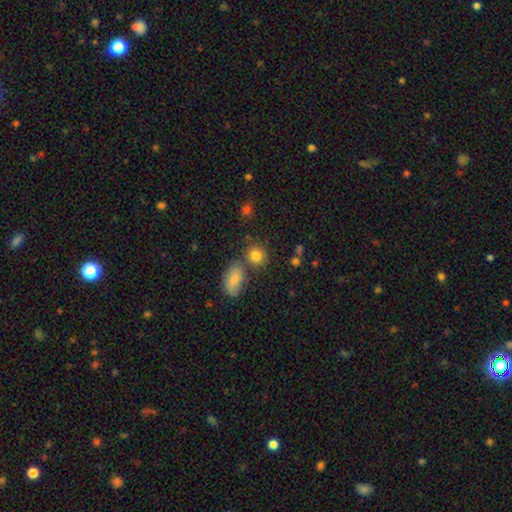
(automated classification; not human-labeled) Smooth or featured? Predicted: smooth (p=0.83). How rounded? Predicted: round (p=0.70). Merging? Predicted: none (p=0.62).